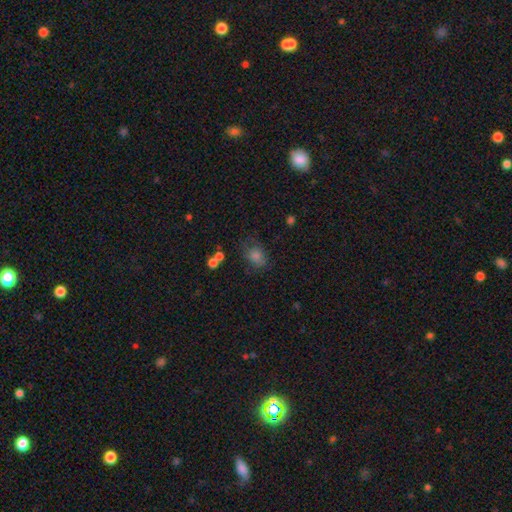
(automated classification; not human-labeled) This appears to be a smooth galaxy with no disk features (64%) that is in between round and cigar-shaped (56%). Merging: none (65%).